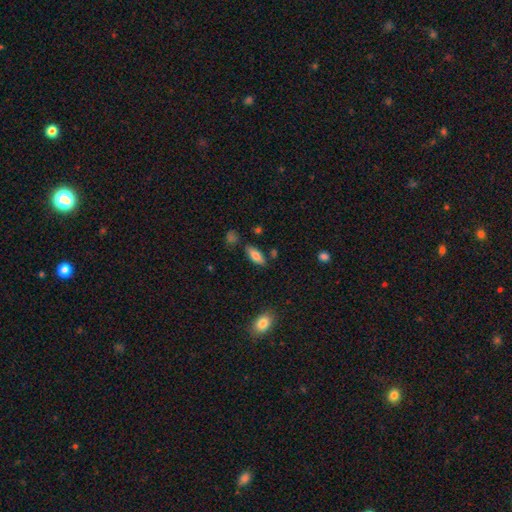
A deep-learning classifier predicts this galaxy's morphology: smooth_or_featured: smooth (p=0.80) [alt: featured or disk p=0.13]
how_rounded: in between (p=0.79) [alt: cigar-shaped p=0.19]
merging: none (p=0.80) [alt: minor disturbance p=0.13]